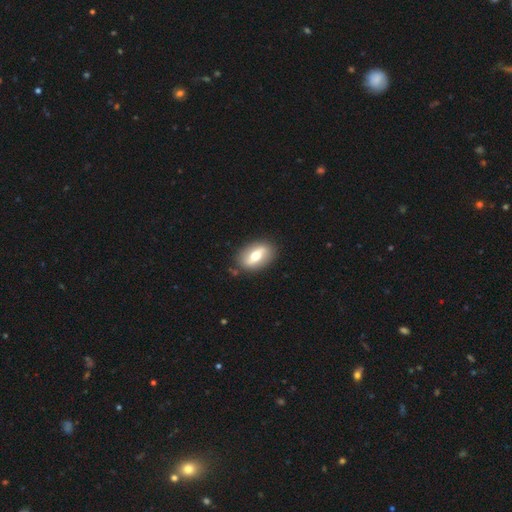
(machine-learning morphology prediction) Smooth or featured? smooth (49%)
Merging? none (86%)